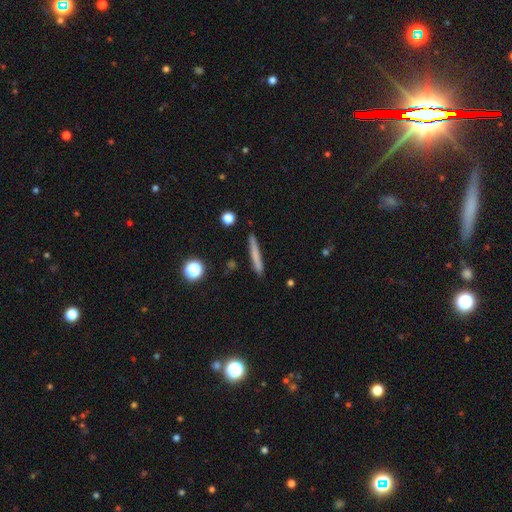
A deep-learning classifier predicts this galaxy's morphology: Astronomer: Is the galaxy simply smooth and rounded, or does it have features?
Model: smooth — 67%.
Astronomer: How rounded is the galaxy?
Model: cigar-shaped — 95%.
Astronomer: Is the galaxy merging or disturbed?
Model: none — 88%.